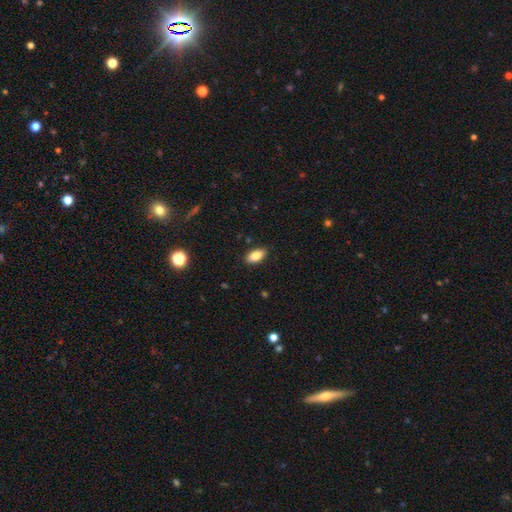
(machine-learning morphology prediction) smooth_or_featured: smooth (p=0.85) [alt: star or artifact p=0.08]
how_rounded: in between (p=0.90) [alt: cigar-shaped p=0.06]
merging: none (p=0.88) [alt: minor disturbance p=0.09]